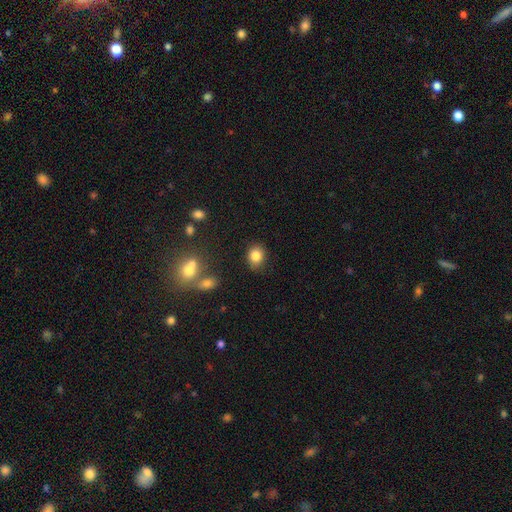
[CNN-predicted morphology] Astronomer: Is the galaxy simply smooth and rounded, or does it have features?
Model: smooth — 84%.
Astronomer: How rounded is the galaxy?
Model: round — 60% (runner-up: in between, 39%).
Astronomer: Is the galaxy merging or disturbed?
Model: none — 85%.